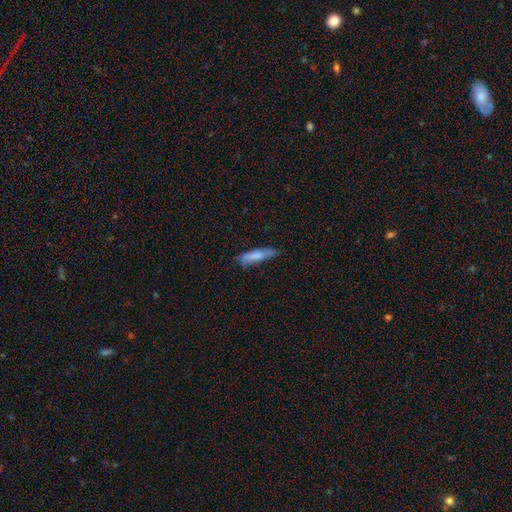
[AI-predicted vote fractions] Smooth or featured?
  - smooth: 78% *
  - featured or disk: 16%
  - star or artifact: 6%
How rounded?
  - cigar-shaped: 77% *
  - in between: 21%
  - round: 2%
Merging?
  - none: 68% *
  - minor disturbance: 25%
  - major disturbance: 5%
  - merger: 2%